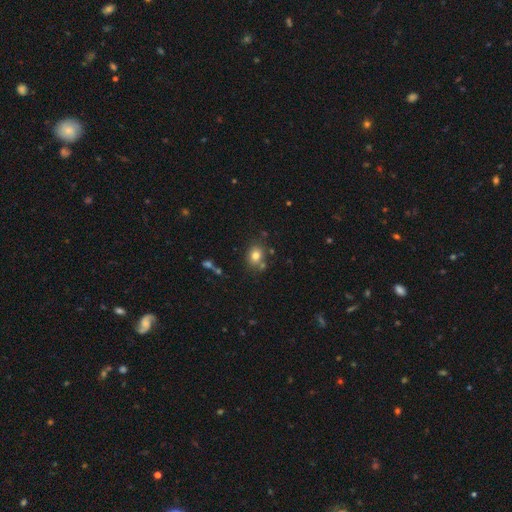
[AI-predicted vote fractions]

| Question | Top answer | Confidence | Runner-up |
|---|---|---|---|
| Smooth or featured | smooth | 78% | star or artifact (13%) |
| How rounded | round | 53% | in between (46%) |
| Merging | none | 73% | minor disturbance (13%) |